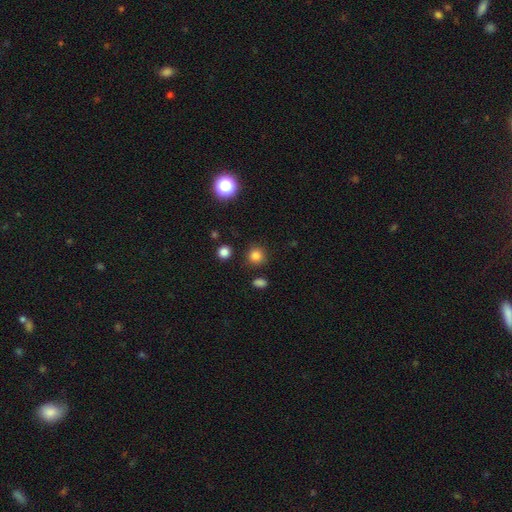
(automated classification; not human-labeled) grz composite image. It shows a smooth galaxy with no disk features (82%) that is round (91%). Merging: none (87%).